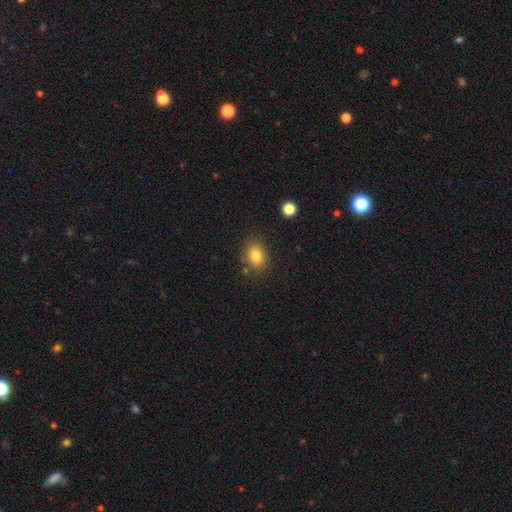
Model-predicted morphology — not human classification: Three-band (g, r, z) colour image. It shows a smooth galaxy with no disk features (82%) that is in between round and cigar-shaped (63%). Merging: none (80%).